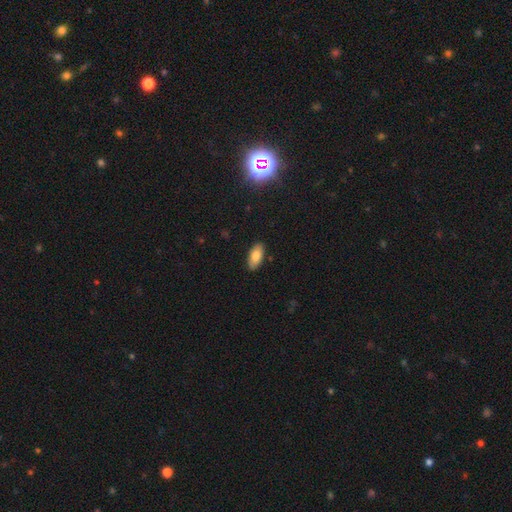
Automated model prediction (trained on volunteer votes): smooth_or_featured: smooth (p=0.82) [alt: featured or disk p=0.11]
how_rounded: in between (p=0.91) [alt: cigar-shaped p=0.07]
merging: none (p=0.88) [alt: minor disturbance p=0.09]